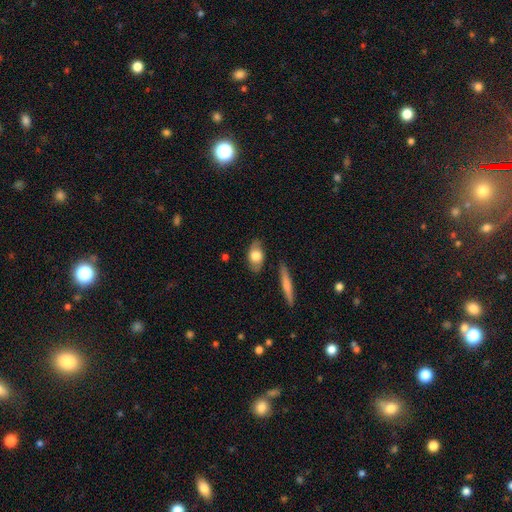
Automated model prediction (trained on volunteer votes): smooth_or_featured: smooth (p=0.65) [alt: featured or disk p=0.29]
how_rounded: in between (p=0.85) [alt: round p=0.09]
merging: none (p=0.79) [alt: minor disturbance p=0.16]